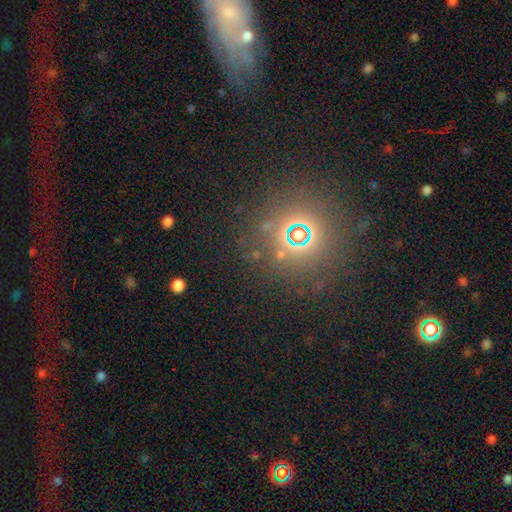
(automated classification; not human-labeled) Overall: star or artifact (40%; smooth 37%).